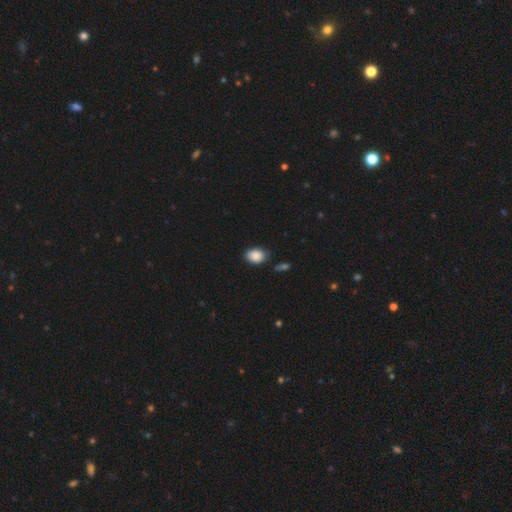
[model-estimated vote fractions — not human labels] Morphology: type=smooth (88%); roundness=in between (78%); merging=none (75%).